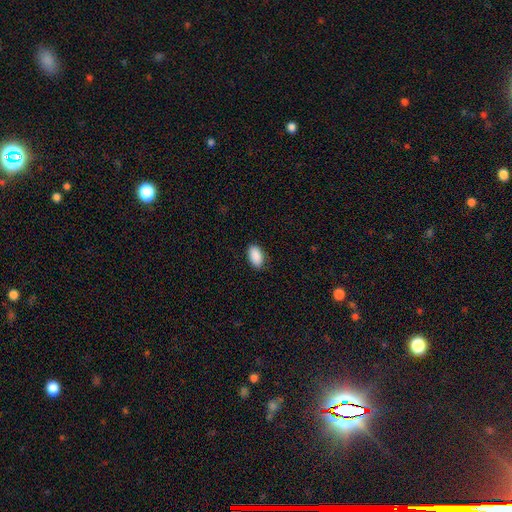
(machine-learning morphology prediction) A smooth galaxy with no disk features (91%) that is in between round and cigar-shaped (94%). Merging: none (84%).